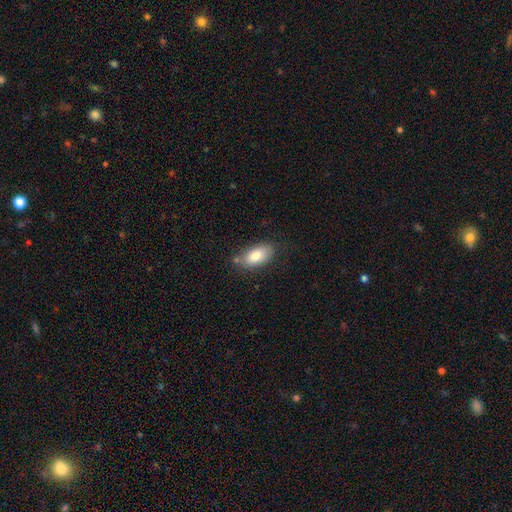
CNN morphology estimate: smooth_or_featured: smooth (p=0.83) [alt: featured or disk p=0.11]
how_rounded: in between (p=0.92) [alt: cigar-shaped p=0.05]
merging: none (p=0.72) [alt: minor disturbance p=0.19]